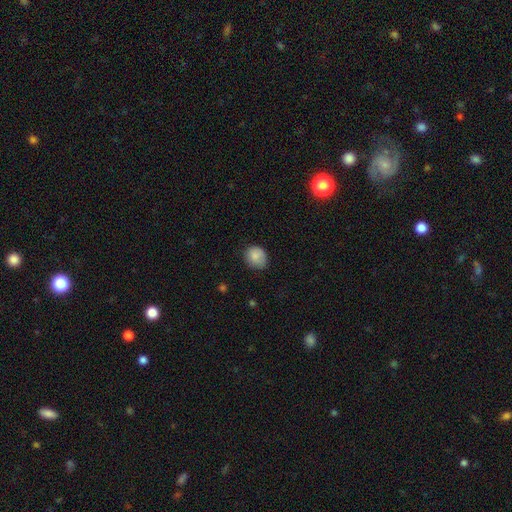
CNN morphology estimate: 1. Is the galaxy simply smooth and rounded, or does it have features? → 84% smooth, 8% star or artifact, 8% featured or disk.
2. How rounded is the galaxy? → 67% round, 32% in between, 1% cigar-shaped.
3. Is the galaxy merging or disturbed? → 69% none, 25% minor disturbance, 5% major disturbance, 1% merger.